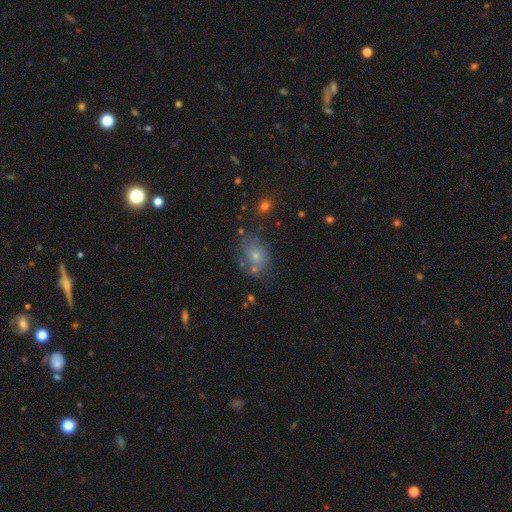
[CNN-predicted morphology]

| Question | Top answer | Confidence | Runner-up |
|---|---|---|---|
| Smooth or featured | smooth | 57% | featured or disk (29%) |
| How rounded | in between | 56% | round (43%) |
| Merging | none | 57% | minor disturbance (23%) |